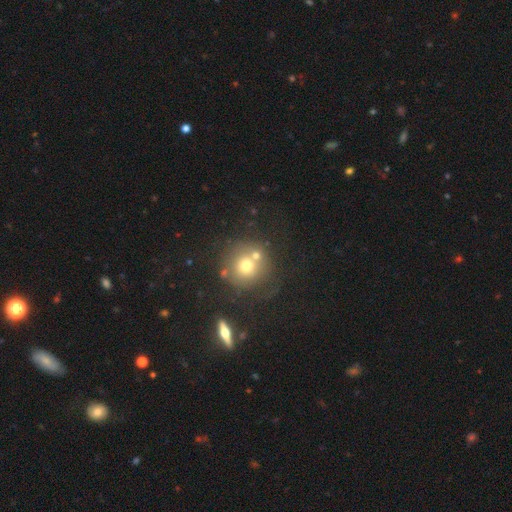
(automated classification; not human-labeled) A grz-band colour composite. It shows a smooth galaxy with no disk features (66%) that is round (92%). Merging: none (59%).